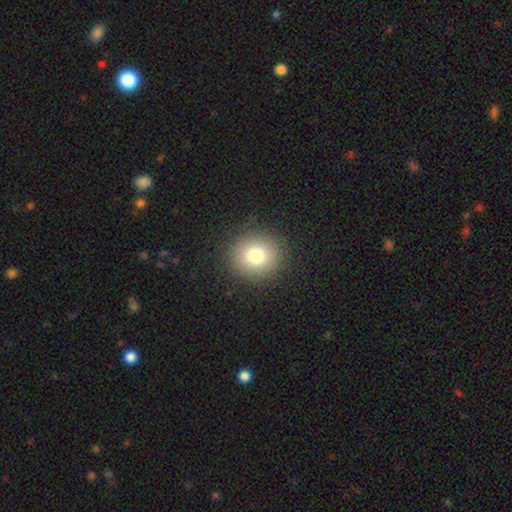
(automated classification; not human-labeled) smooth_or_featured: smooth (p=0.78) [alt: star or artifact p=0.13]
how_rounded: round (p=0.88) [alt: in between p=0.11]
merging: none (p=0.89) [alt: minor disturbance p=0.07]